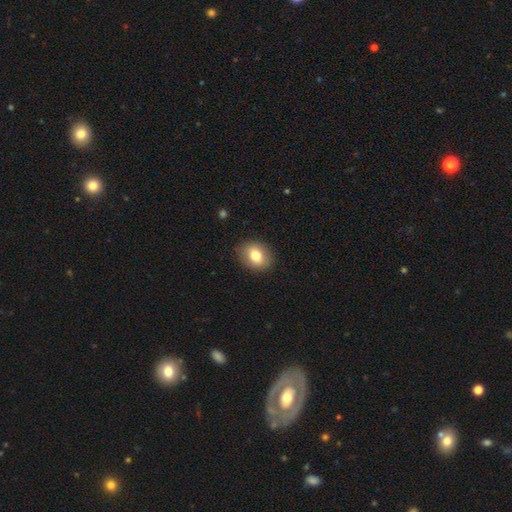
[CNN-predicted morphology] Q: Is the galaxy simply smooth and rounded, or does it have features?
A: smooth — 77%.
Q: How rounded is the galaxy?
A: in between — 56%.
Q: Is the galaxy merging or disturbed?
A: none — 88%.